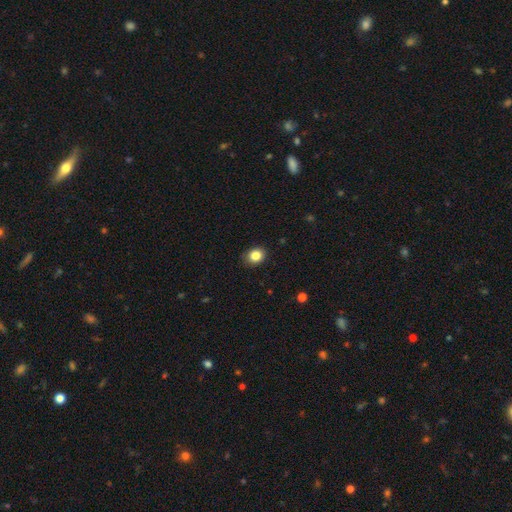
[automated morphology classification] The model was most divided on "how rounded": round: 66%, in between: 34%, cigar-shaped: 1%. More confident: merging — none (87%); smooth or featured — smooth (84%).